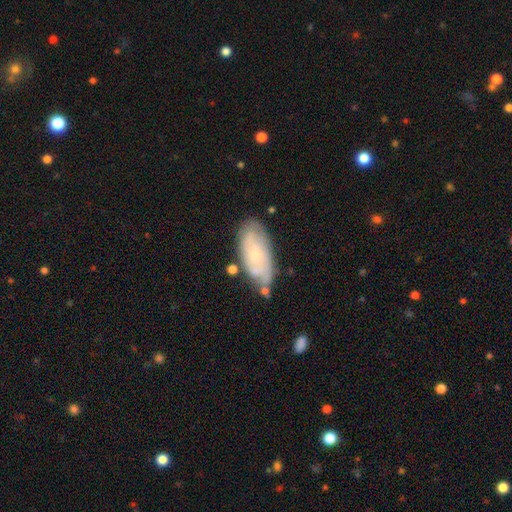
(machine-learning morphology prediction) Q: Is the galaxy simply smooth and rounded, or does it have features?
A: featured or disk — 55%.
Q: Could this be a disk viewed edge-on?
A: no — 90%.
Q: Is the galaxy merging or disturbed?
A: none — 63%.